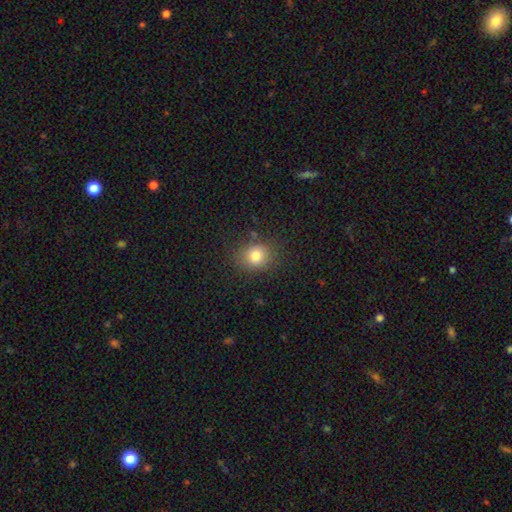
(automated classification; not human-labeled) Overall: smooth (78%). How rounded: round (69%; in between 30%). Merging: none (82%).